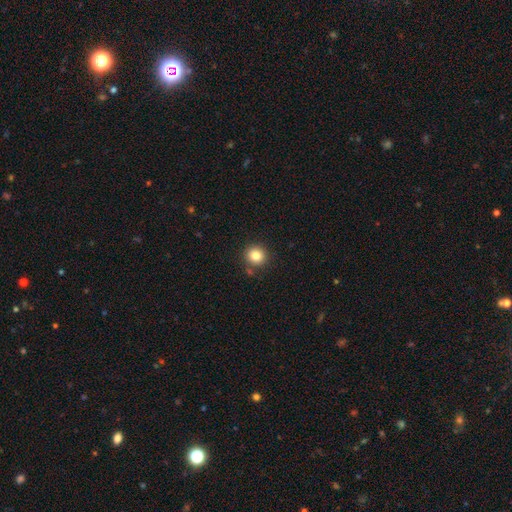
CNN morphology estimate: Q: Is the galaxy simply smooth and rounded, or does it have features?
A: smooth — 84%.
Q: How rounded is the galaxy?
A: round — 89%.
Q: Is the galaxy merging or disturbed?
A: none — 84%.